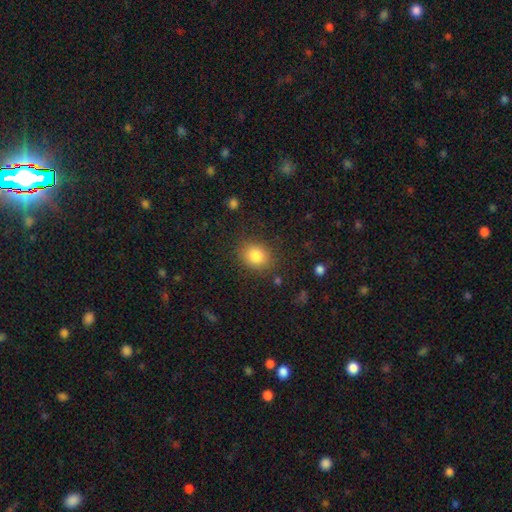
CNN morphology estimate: Smooth or featured?
  - smooth: 83% *
  - star or artifact: 10%
  - featured or disk: 7%
How rounded?
  - round: 57% *
  - in between: 42%
  - cigar-shaped: 1%
Merging?
  - none: 83% *
  - minor disturbance: 11%
  - major disturbance: 4%
  - merger: 2%